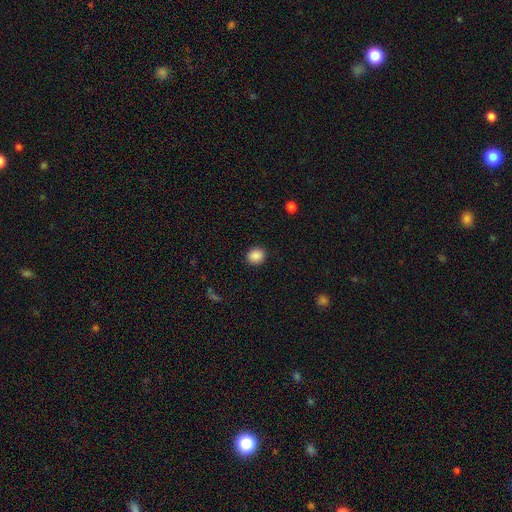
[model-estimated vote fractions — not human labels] Smooth or featured? Predicted: smooth (p=0.88). How rounded? Predicted: round (p=0.78). Merging? Predicted: none (p=0.91).